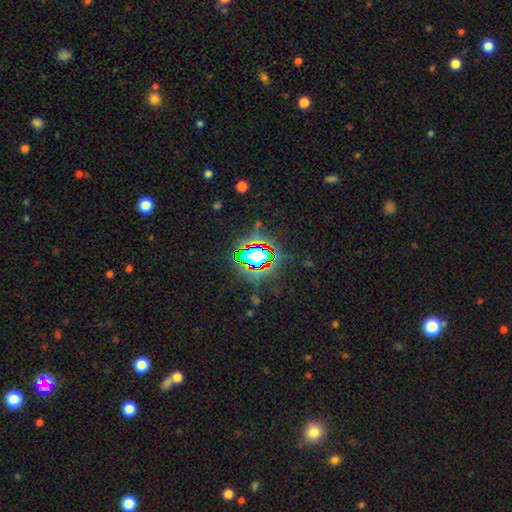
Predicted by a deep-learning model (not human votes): A star or artifact, not a galaxy (67%).